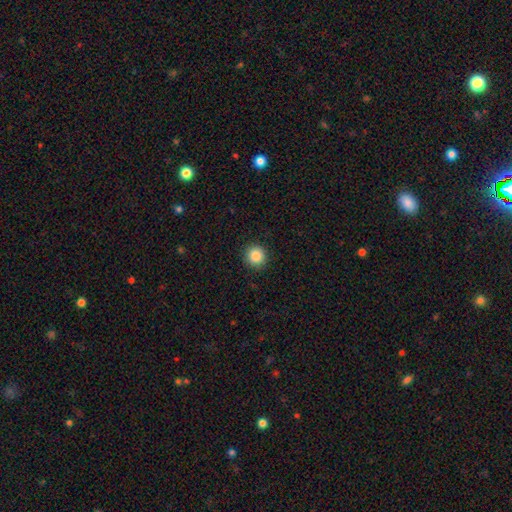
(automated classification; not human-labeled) Morphology: type=smooth (87%); roundness=round (94%); merging=none (92%).